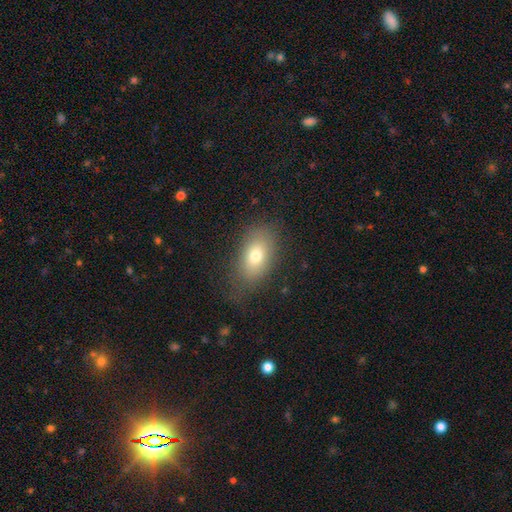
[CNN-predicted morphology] Smooth or featured: smooth — 74% (featured or disk — 16%)
How rounded: in between — 85% (round — 12%)
Merging: none — 72% (minor disturbance — 18%)